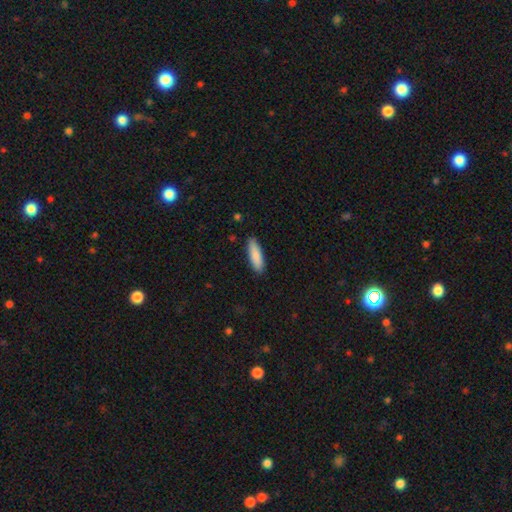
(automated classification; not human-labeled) Smooth or featured: smooth — 88% (featured or disk — 6%)
How rounded: cigar-shaped — 55% (in between — 44%)
Merging: none — 88% (minor disturbance — 9%)